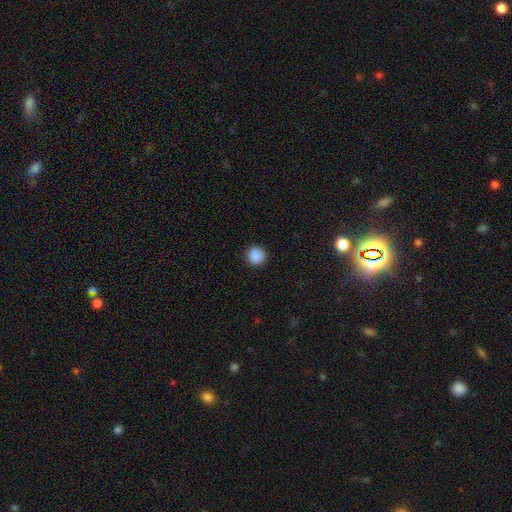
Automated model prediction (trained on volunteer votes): A smooth galaxy with no disk features (88%) that is round (92%). Merging: none (89%).